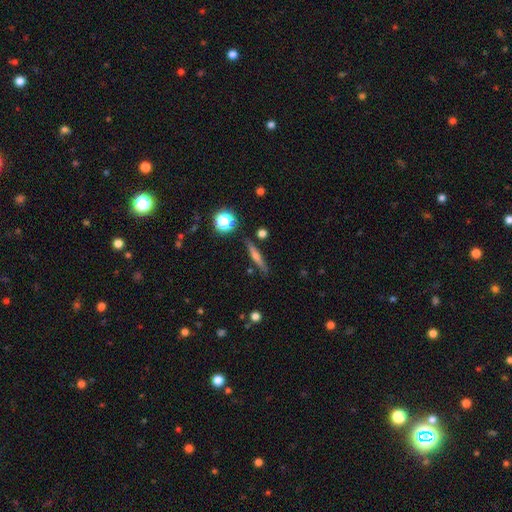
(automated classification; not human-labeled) The model was most divided on "smooth or featured": featured or disk: 51%, smooth: 39%, star or artifact: 11%. More confident: edge-on disk — yes (95%); merging — none (87%).